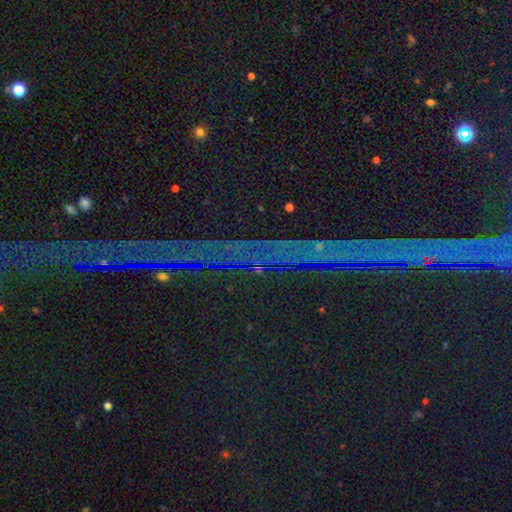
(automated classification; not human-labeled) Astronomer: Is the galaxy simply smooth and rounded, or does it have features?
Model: star or artifact — 88%.